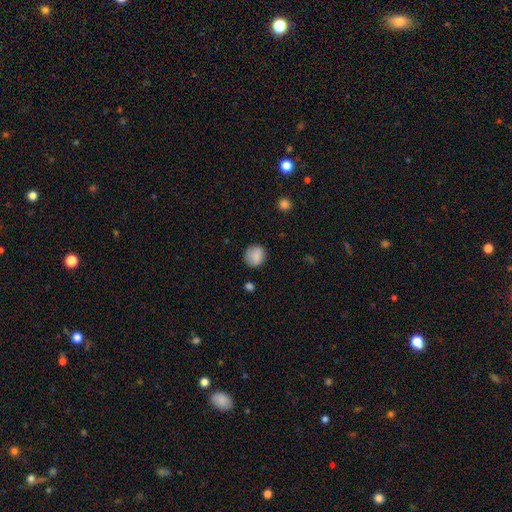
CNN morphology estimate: A smooth galaxy with no disk features (86%) that is round (82%).

Vote fractions:
- Smooth or featured? smooth: 86% / star or artifact: 8% / featured or disk: 6%
- How rounded? round: 82% / in between: 17% / cigar-shaped: 1%
- Merging? none: 82% / minor disturbance: 14% / major disturbance: 3% / merger: 2%